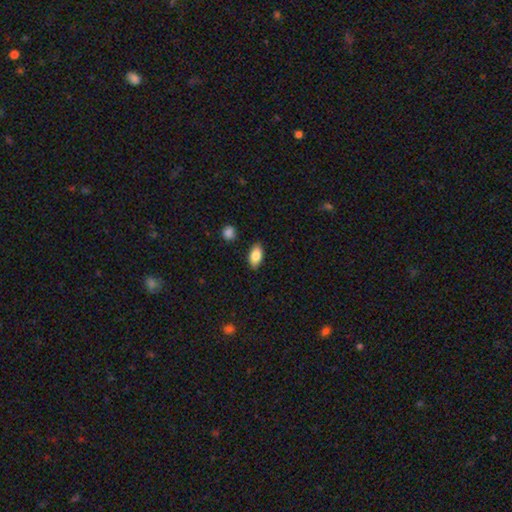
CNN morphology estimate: Smooth or featured? Predicted: smooth (p=0.83). How rounded? Predicted: in between (p=0.91). Merging? Predicted: none (p=0.87).